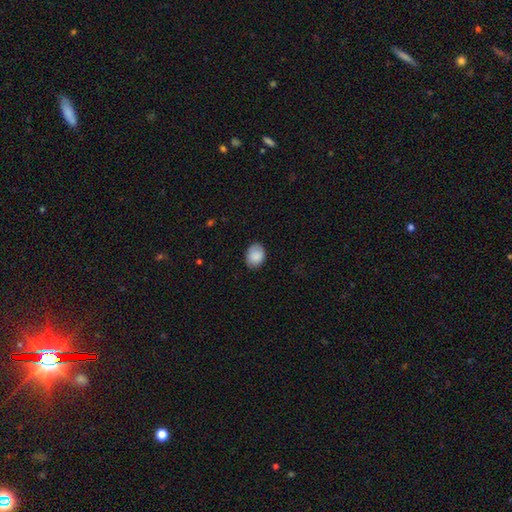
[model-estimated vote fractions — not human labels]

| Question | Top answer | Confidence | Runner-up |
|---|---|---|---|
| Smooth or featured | smooth | 88% | star or artifact (7%) |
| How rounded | in between | 61% | round (38%) |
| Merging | none | 80% | minor disturbance (16%) |